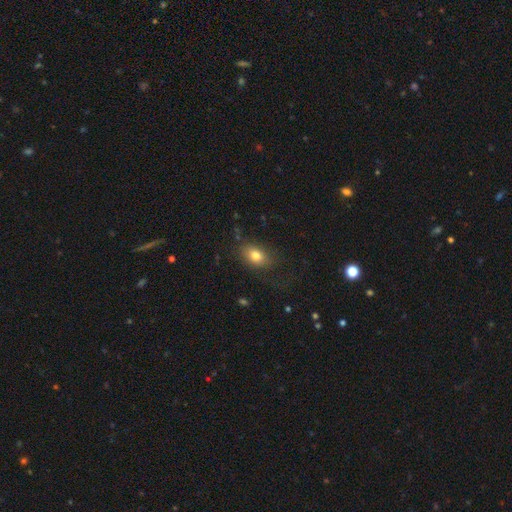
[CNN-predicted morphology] Q: Smooth or featured?
A: smooth (78%); runner-up: featured or disk (12%)
Q: How rounded?
A: in between (80%); runner-up: round (18%)
Q: Merging?
A: none (75%); runner-up: minor disturbance (16%)